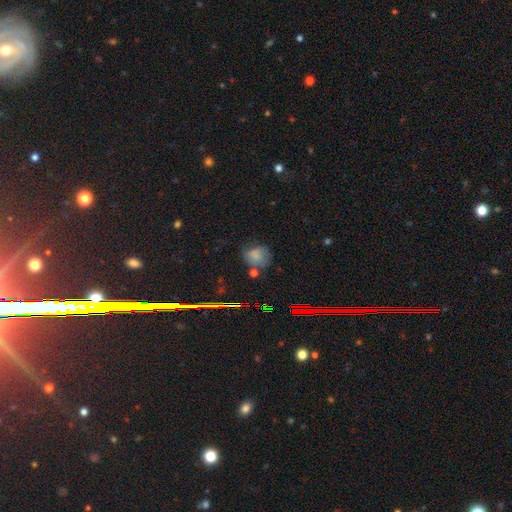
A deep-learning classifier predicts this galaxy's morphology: smooth_or_featured: smooth (p=0.70) [alt: star or artifact p=0.18]
how_rounded: round (p=0.76) [alt: in between p=0.23]
merging: none (p=0.57) [alt: minor disturbance p=0.25]